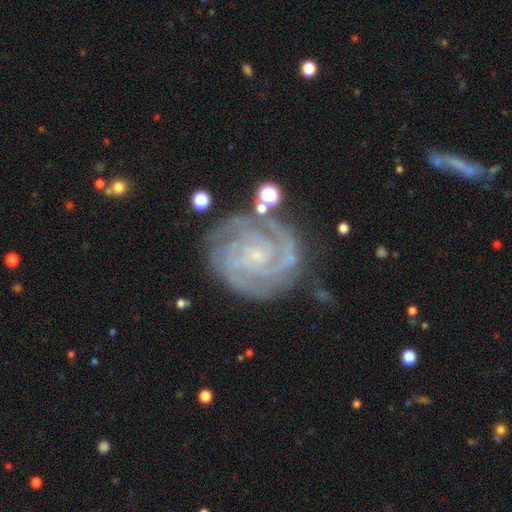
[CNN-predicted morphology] A featured or disk galaxy (91%) with no bar (68%), 2 (32%) tight (79%) spiral arms (98%) and a small central bulge (84%).

Vote fractions:
- Smooth or featured? featured or disk: 91% / star or artifact: 6% / smooth: 4%
- Edge-on disk? no: 98% / yes: 2%
- Bar? no: 68% / weak: 23% / strong: 9%
- Spiral arms? yes: 98% / no: 2%
- Spiral winding? tight: 79% / medium: 18% / loose: 2%
- Spiral arm count? 2: 32% / 3: 29% / 4: 14% / can't tell: 12% / more than 4: 6% / 1: 6%
- Bulge size? small: 84% / moderate: 8% / none: 7% / large: 1% / dominant: 1%
- Merging? none: 75% / minor disturbance: 16% / major disturbance: 6% / merger: 3%